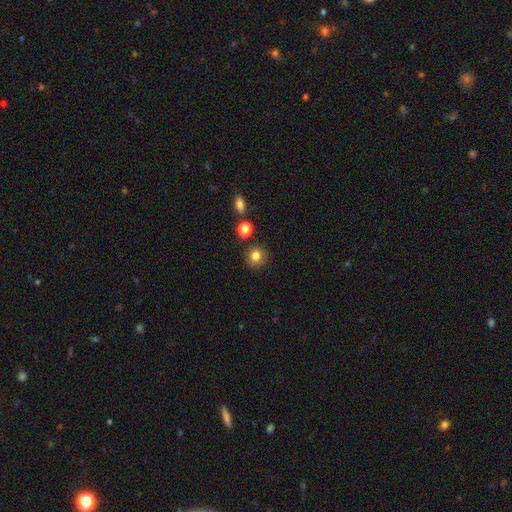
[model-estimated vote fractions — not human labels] This appears to be a smooth galaxy with no disk features (82%) that is round (85%). Merging: none (83%).